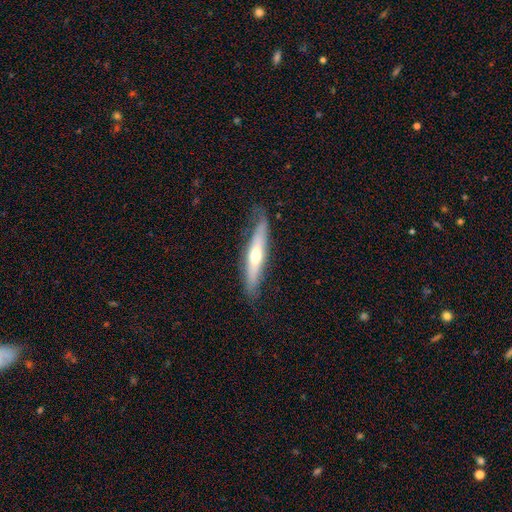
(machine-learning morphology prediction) This is possibly a featured or disk galaxy (51%). It is clearly viewed edge-on (81%). Merging: likely none (77%).